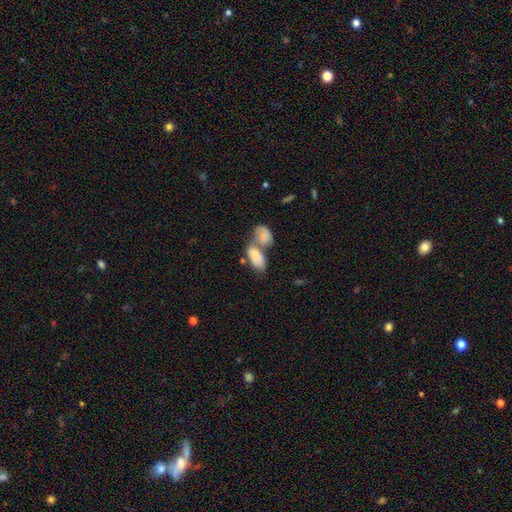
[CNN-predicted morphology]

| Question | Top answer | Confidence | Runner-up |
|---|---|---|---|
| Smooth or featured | smooth | 74% | featured or disk (19%) |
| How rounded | in between | 92% | round (5%) |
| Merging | merger | 70% | none (17%) |